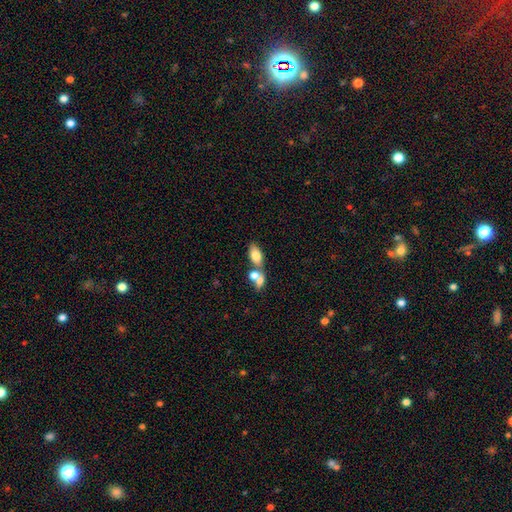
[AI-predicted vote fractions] A smooth galaxy with no disk features (73%) that is in between round and cigar-shaped (84%).

Vote fractions:
- Smooth or featured? smooth: 73% / featured or disk: 19% / star or artifact: 8%
- How rounded? in between: 84% / round: 8% / cigar-shaped: 8%
- Merging? merger: 45% / none: 41% / minor disturbance: 9% / major disturbance: 5%